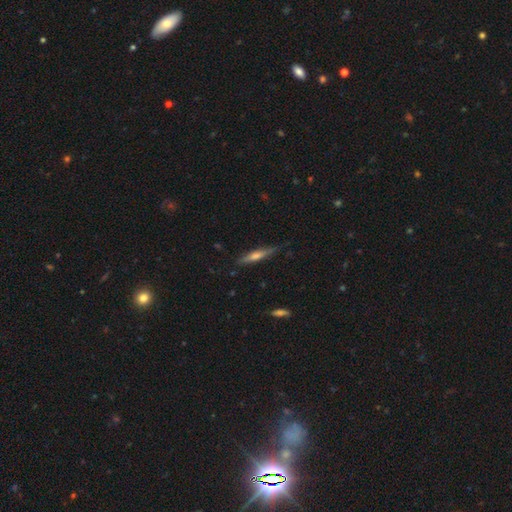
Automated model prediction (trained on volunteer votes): featured or disk 50%, smooth 43%, star or artifact 7%. Down the decision tree: edge-on disk — yes (94%); merging — none (82%).